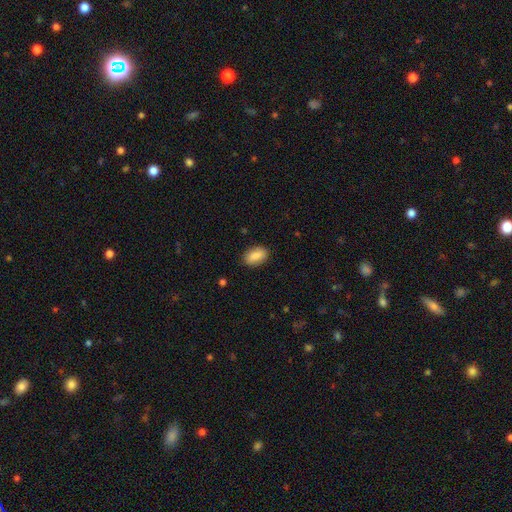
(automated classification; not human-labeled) This is clearly a smooth galaxy (86%). How rounded: clearly in between (91%). Merging: clearly none (86%).